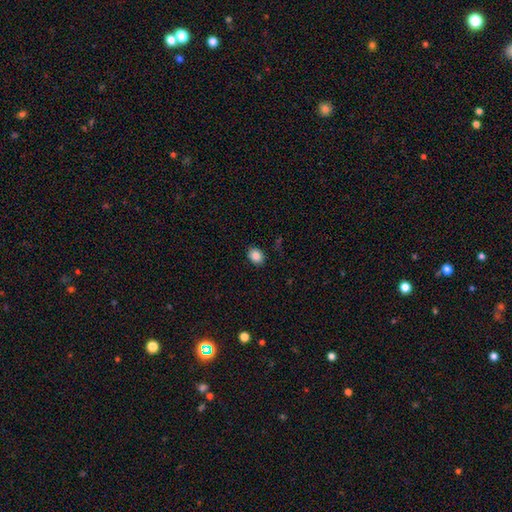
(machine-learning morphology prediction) A smooth galaxy with no disk features (85%) that is in between round and cigar-shaped (63%).

Vote fractions:
- Smooth or featured? smooth: 85% / star or artifact: 9% / featured or disk: 6%
- How rounded? in between: 63% / round: 36% / cigar-shaped: 1%
- Merging? none: 89% / minor disturbance: 8% / major disturbance: 2% / merger: 1%